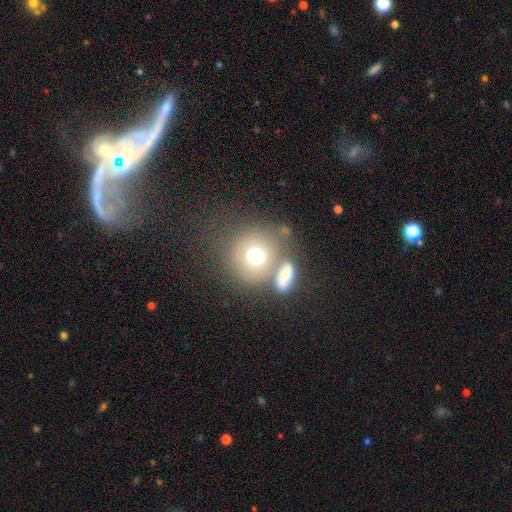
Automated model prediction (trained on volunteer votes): smooth_or_featured: smooth (p=0.69) [alt: featured or disk p=0.18]
how_rounded: round (p=0.86) [alt: in between p=0.13]
merging: none (p=0.55) [alt: merger p=0.24]